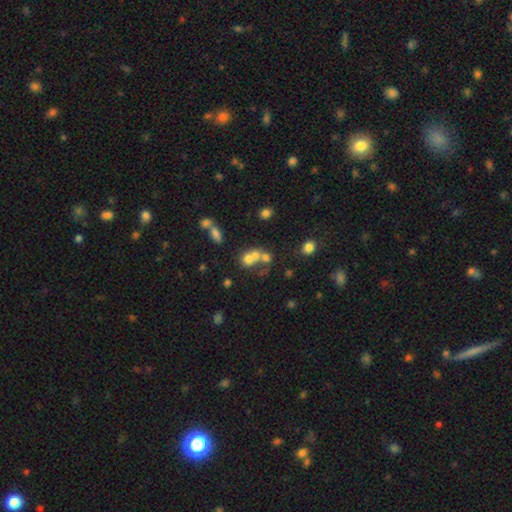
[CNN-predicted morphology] Smooth or featured? Predicted: smooth (p=0.50). Merging? Predicted: merger (p=0.48).